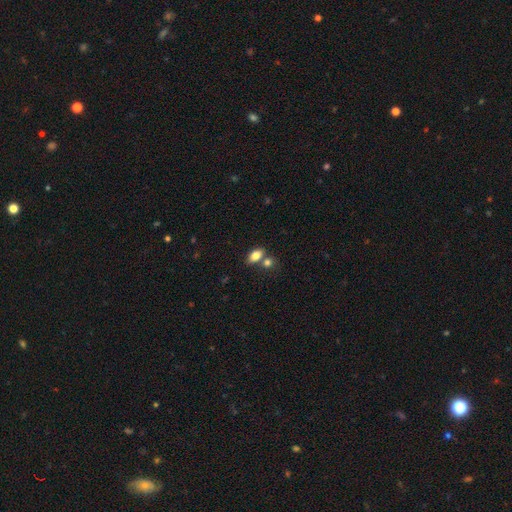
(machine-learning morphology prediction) Overall: smooth (81%). How rounded: in between (87%). Merging: none (55%; merger 30%).